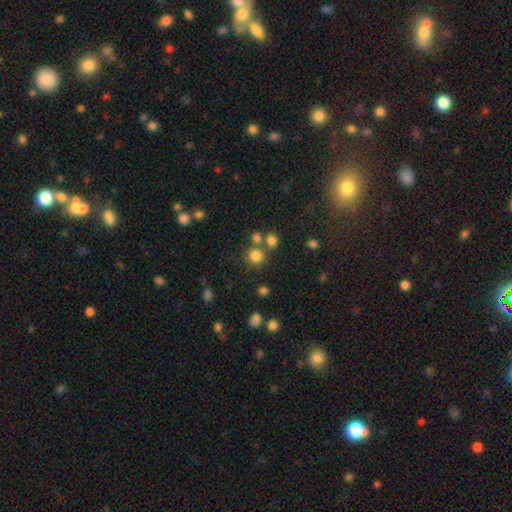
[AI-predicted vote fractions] Q: Smooth or featured?
A: smooth (78%); runner-up: star or artifact (16%)
Q: How rounded?
A: round (91%); runner-up: in between (8%)
Q: Merging?
A: none (71%); runner-up: merger (18%)